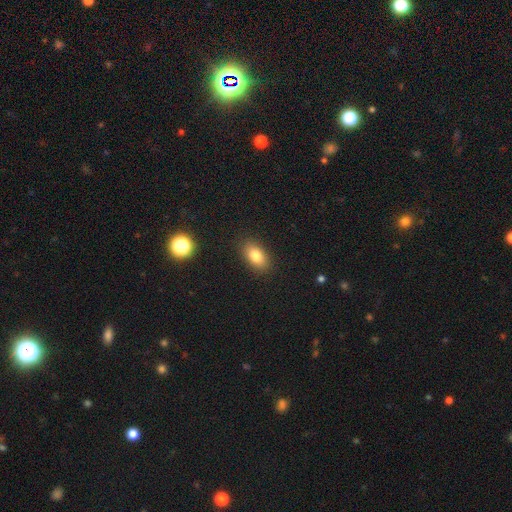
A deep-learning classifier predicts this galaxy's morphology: Q: Smooth or featured?
A: smooth (81%); runner-up: star or artifact (10%)
Q: How rounded?
A: in between (88%); runner-up: round (8%)
Q: Merging?
A: none (88%); runner-up: minor disturbance (9%)